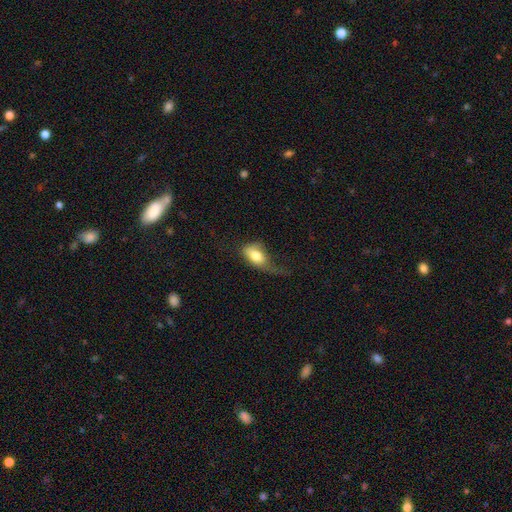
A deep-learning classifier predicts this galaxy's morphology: Smooth or featured?
  - smooth: 73% *
  - featured or disk: 20%
  - star or artifact: 7%
How rounded?
  - in between: 84% *
  - round: 12%
  - cigar-shaped: 4%
Merging?
  - major disturbance: 45% *
  - minor disturbance: 30%
  - none: 21%
  - merger: 4%